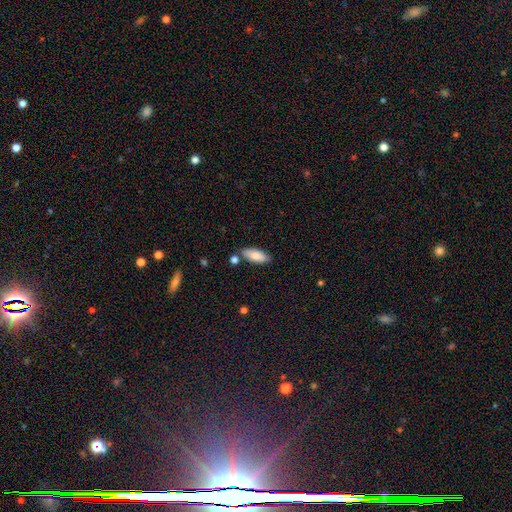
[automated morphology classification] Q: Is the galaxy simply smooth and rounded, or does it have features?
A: smooth — 81%.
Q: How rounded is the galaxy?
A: in between — 85%.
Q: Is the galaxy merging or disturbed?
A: none — 79%.